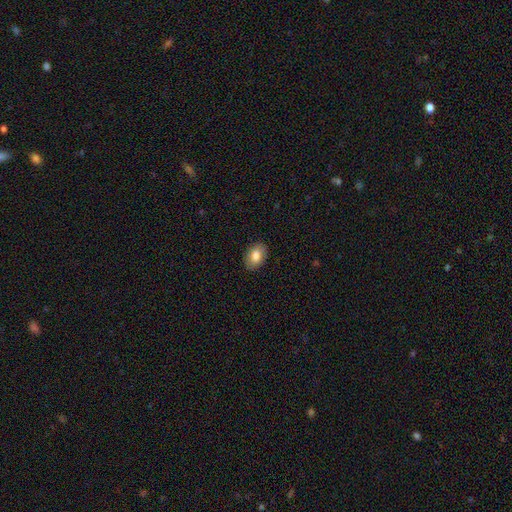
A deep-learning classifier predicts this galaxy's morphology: Smooth or featured: smooth — 81% (featured or disk — 11%)
How rounded: in between — 81% (round — 18%)
Merging: none — 88% (minor disturbance — 9%)